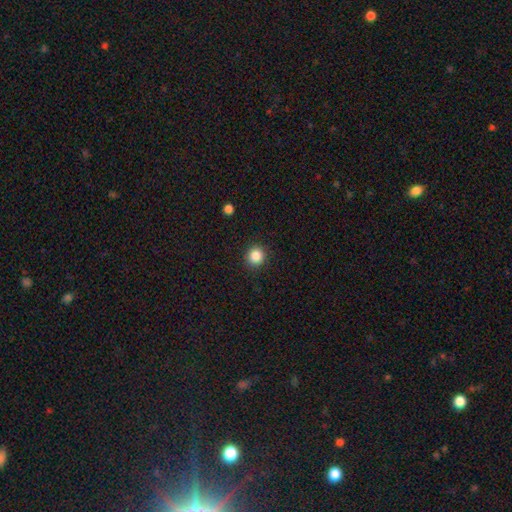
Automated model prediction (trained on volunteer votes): Morphology: type=smooth (86%); roundness=round (91%); merging=none (91%).